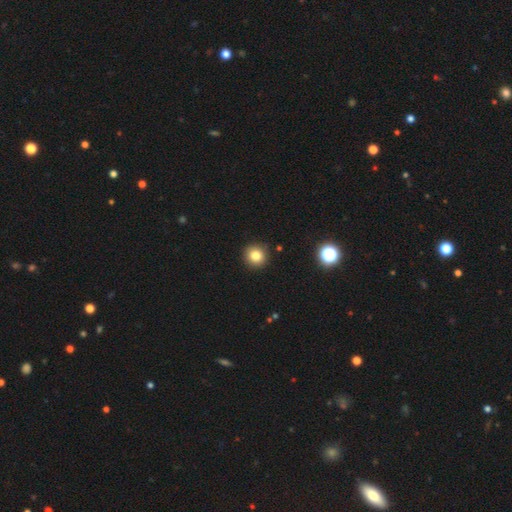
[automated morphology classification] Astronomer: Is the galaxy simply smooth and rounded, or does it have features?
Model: smooth — 81%.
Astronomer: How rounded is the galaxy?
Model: round — 93%.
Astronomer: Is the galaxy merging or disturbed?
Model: none — 91%.